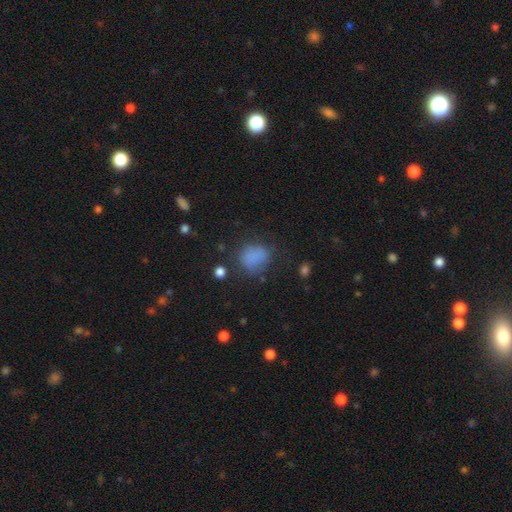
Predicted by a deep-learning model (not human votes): This is likely a smooth galaxy (77%). How rounded: possibly round (55%). Merging: likely none (61%).